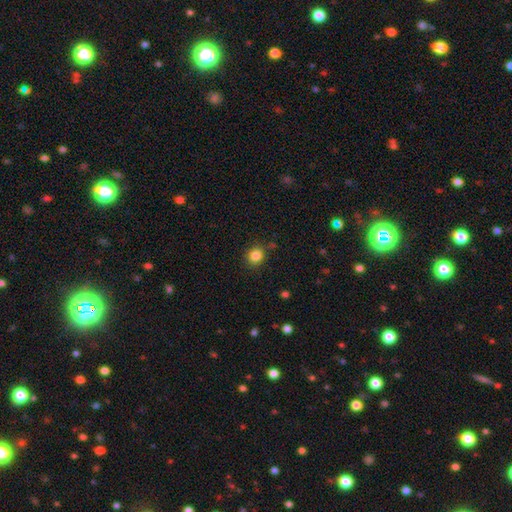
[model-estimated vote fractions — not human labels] The model was most divided on "how rounded": round: 86%, in between: 13%, cigar-shaped: 1%. More confident: merging — none (86%); smooth or featured — smooth (84%).